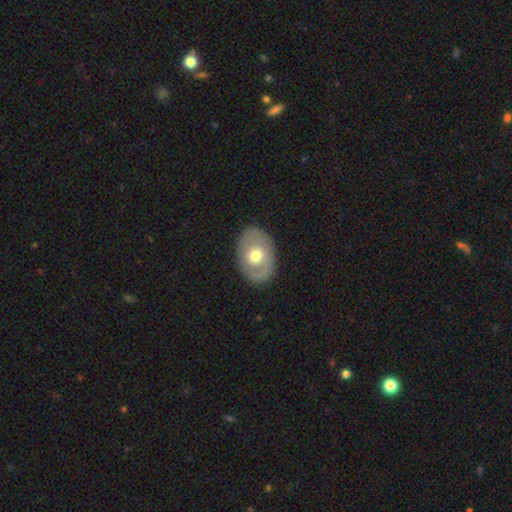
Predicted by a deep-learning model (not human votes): Smooth or featured? smooth (49%)
Merging? none (84%)